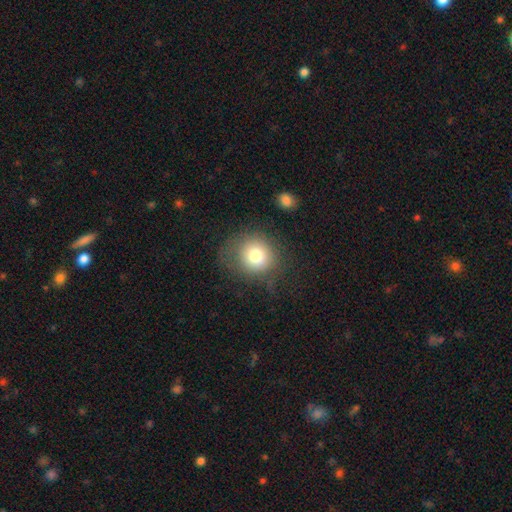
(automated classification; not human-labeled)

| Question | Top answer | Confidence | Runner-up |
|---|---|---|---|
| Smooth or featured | smooth | 76% | featured or disk (13%) |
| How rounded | round | 84% | in between (15%) |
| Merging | none | 67% | minor disturbance (18%) |